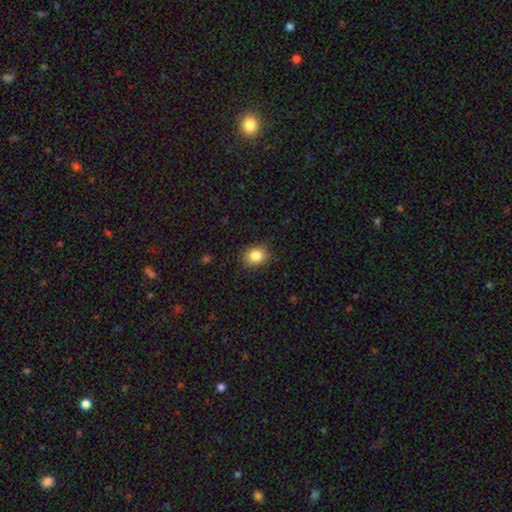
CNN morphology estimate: A smooth galaxy with no disk features (86%) that is in between round and cigar-shaped (50%).

Vote fractions:
- Smooth or featured? smooth: 86% / star or artifact: 9% / featured or disk: 5%
- How rounded? in between: 50% / round: 49% / cigar-shaped: 1%
- Merging? none: 85% / minor disturbance: 11% / major disturbance: 3% / merger: 1%